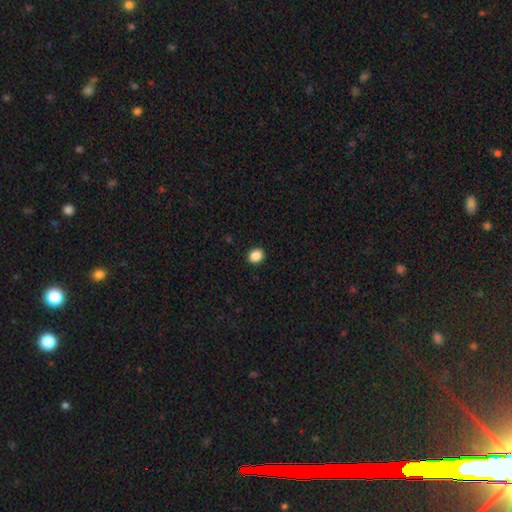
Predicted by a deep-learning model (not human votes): A smooth galaxy with no disk features (88%) that is round (67%). Merging: none (92%).